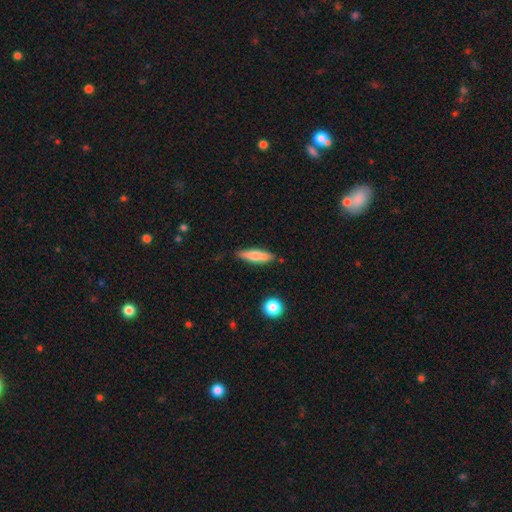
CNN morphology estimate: smooth-or-featured: smooth: 72% | featured or disk: 22% | star or artifact: 6%
  how-rounded: cigar-shaped: 71% | in between: 27% | round: 2%
  merging: none: 80% | minor disturbance: 15% | merger: 3% | major disturbance: 3%